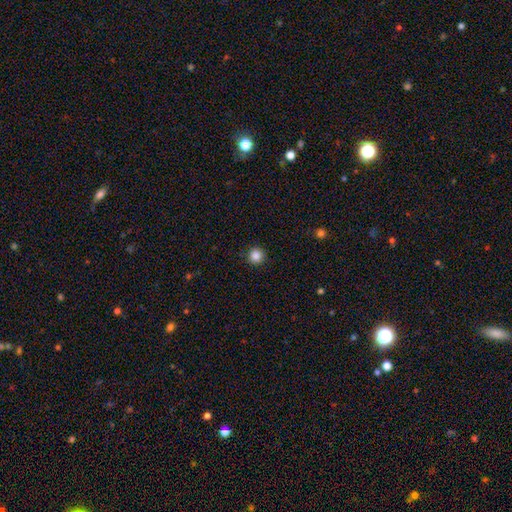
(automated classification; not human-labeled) Q: Smooth or featured?
A: smooth (86%); runner-up: star or artifact (11%)
Q: How rounded?
A: round (96%); runner-up: in between (3%)
Q: Merging?
A: none (92%); runner-up: minor disturbance (5%)